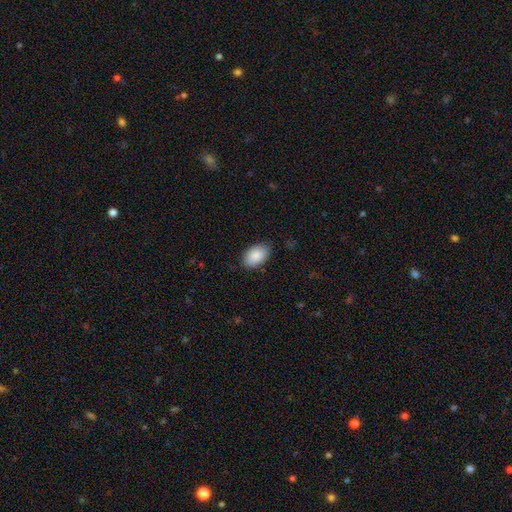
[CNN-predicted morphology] smooth 89%, star or artifact 6%, featured or disk 5%. Down the decision tree: how rounded — in between (93%); merging — none (83%).